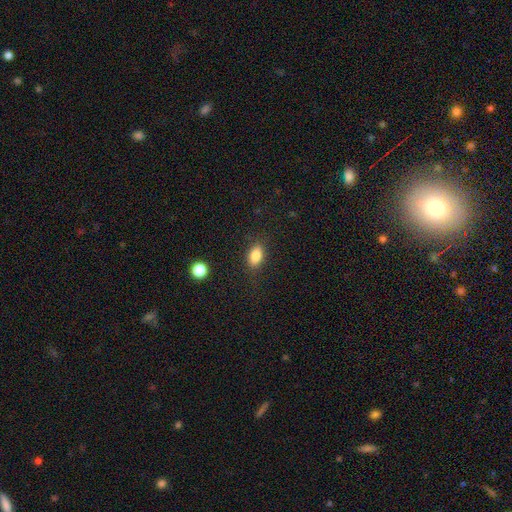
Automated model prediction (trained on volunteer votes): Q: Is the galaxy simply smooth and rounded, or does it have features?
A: smooth — 85%.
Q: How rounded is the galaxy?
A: in between — 87%.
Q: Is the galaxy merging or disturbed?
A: none — 84%.